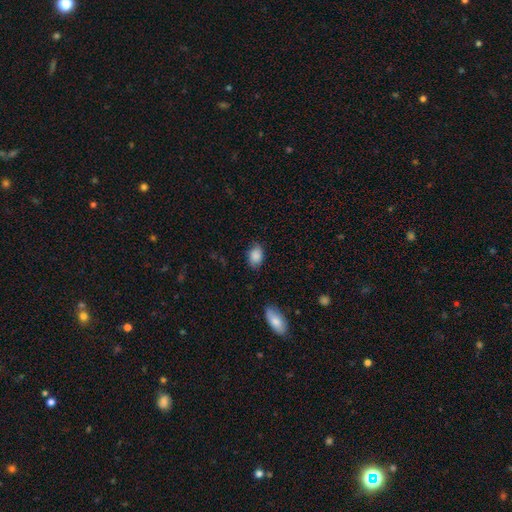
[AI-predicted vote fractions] This is clearly a smooth galaxy (85%). How rounded: clearly in between (81%). Merging: likely none (75%).